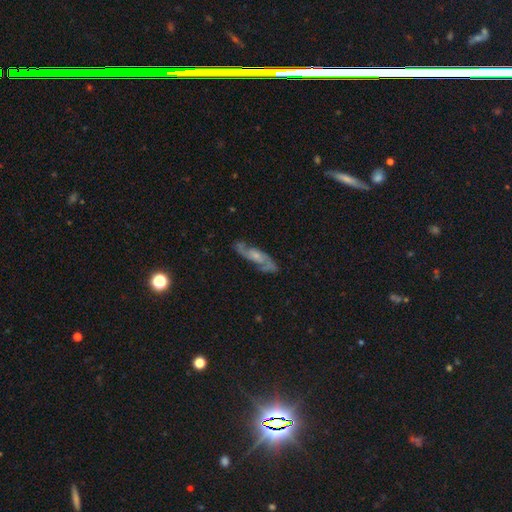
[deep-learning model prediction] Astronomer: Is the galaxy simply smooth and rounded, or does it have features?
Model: featured or disk — 75%.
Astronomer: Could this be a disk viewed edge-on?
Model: no — 85%.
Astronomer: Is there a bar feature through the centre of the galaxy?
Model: no — 63%.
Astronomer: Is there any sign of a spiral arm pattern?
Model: yes — 93%.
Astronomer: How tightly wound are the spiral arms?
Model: medium — 47% (runner-up: loose, 32%).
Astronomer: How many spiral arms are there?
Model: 2 — 85%.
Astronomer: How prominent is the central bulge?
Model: small — 55% (runner-up: moderate, 33%).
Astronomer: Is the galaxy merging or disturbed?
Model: none — 71%.